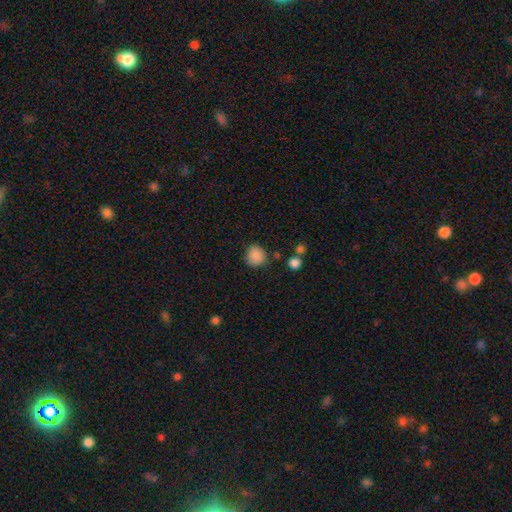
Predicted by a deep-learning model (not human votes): The model was most divided on "merging": none: 79%, minor disturbance: 14%, merger: 4%, major disturbance: 4%. More confident: smooth or featured — smooth (87%); how rounded — round (86%).